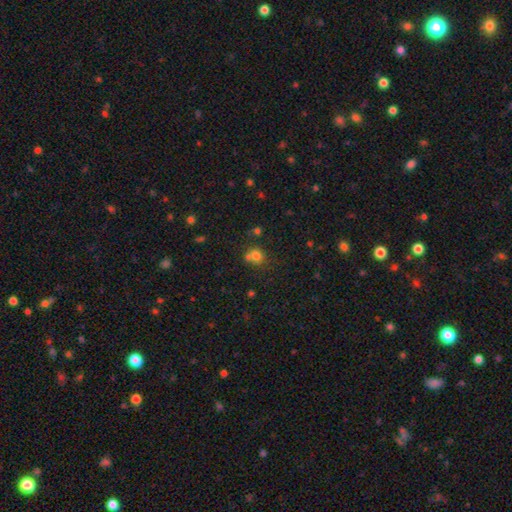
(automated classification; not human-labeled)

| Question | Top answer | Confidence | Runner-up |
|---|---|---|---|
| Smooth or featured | smooth | 75% | star or artifact (16%) |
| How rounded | round | 80% | in between (19%) |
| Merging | none | 50% | merger (34%) |